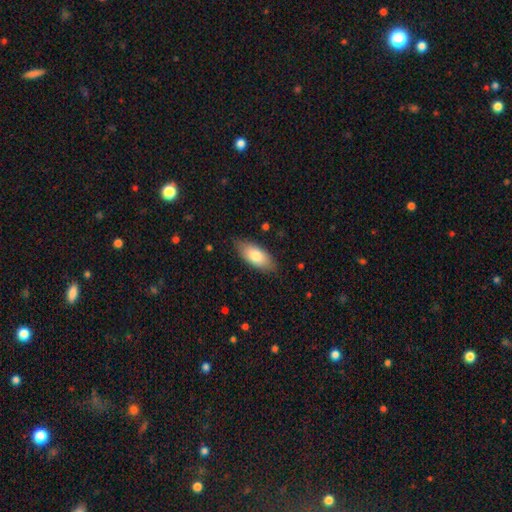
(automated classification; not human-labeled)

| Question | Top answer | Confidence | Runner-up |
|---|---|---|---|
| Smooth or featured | smooth | 78% | featured or disk (16%) |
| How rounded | in between | 87% | cigar-shaped (11%) |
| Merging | none | 82% | minor disturbance (15%) |